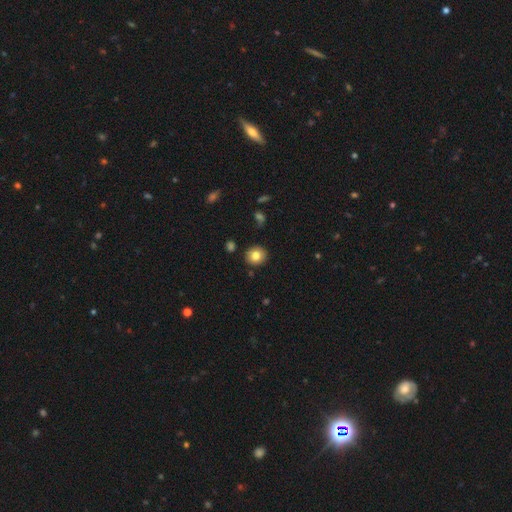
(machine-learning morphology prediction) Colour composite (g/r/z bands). It shows a smooth galaxy with no disk features (81%) that is round (86%). Merging: none (90%).